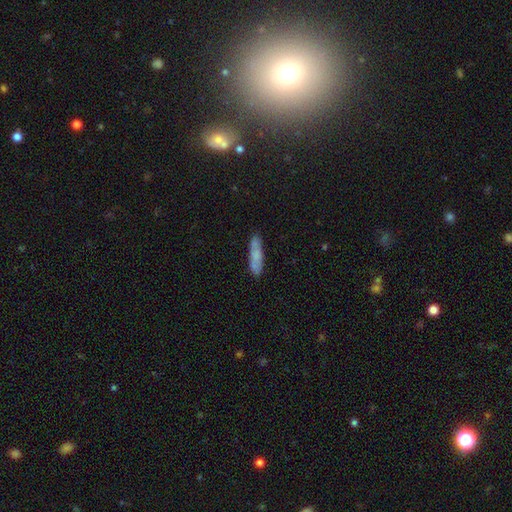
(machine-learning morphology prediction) Smooth or featured?
  - smooth: 71% *
  - featured or disk: 21%
  - star or artifact: 7%
How rounded?
  - cigar-shaped: 77% *
  - in between: 21%
  - round: 2%
Merging?
  - none: 79% *
  - minor disturbance: 15%
  - major disturbance: 3%
  - merger: 3%